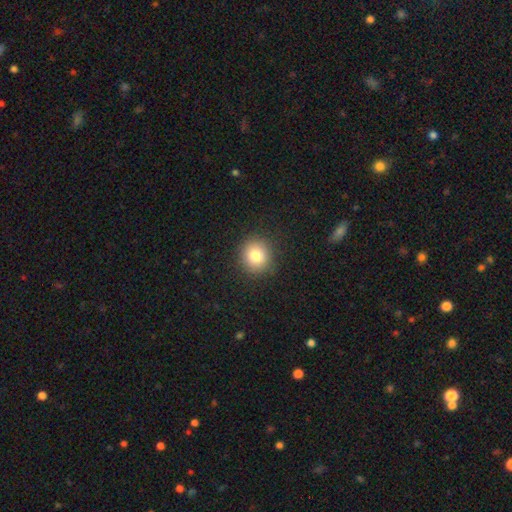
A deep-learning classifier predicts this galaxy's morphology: A smooth galaxy with no disk features (80%) that is round (90%).

Vote fractions:
- Smooth or featured? smooth: 80% / star or artifact: 11% / featured or disk: 8%
- How rounded? round: 90% / in between: 9% / cigar-shaped: 1%
- Merging? none: 90% / minor disturbance: 7% / major disturbance: 2% / merger: 1%